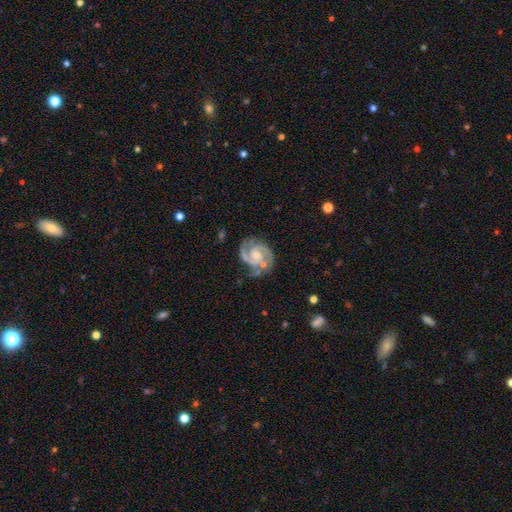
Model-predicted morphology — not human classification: Smooth or featured? Predicted: featured or disk (p=0.91). Edge-on disk? Predicted: no (p=0.98). Bar? Predicted: no (p=0.62). Spiral arms? Predicted: yes (p=0.98). Spiral winding? Predicted: medium (p=0.50). Spiral arm count? Predicted: 2 (p=0.83). Bulge size? Predicted: small (p=0.55). Merging? Predicted: none (p=0.67).